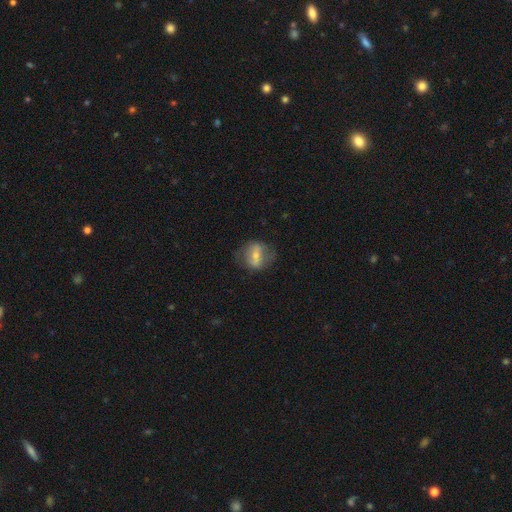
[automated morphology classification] smooth-or-featured: featured or disk: 51% | smooth: 41% | star or artifact: 8%
  disk-edge-on: no: 90% | yes: 10%
  merging: none: 67% | minor disturbance: 20% | major disturbance: 11% | merger: 2%